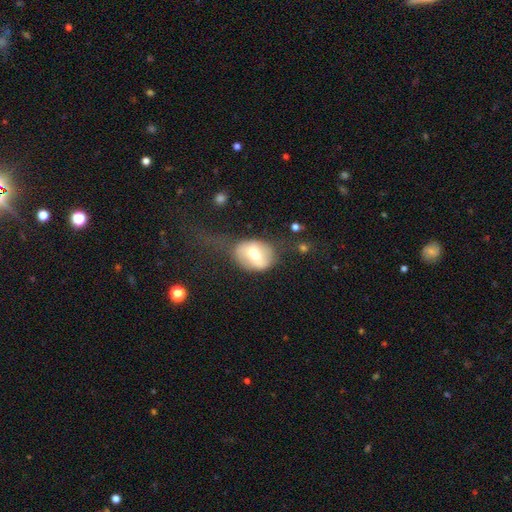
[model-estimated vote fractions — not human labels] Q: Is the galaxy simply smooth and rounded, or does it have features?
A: smooth — 53%.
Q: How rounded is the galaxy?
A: in between — 57%.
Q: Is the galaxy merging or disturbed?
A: none — 32%.